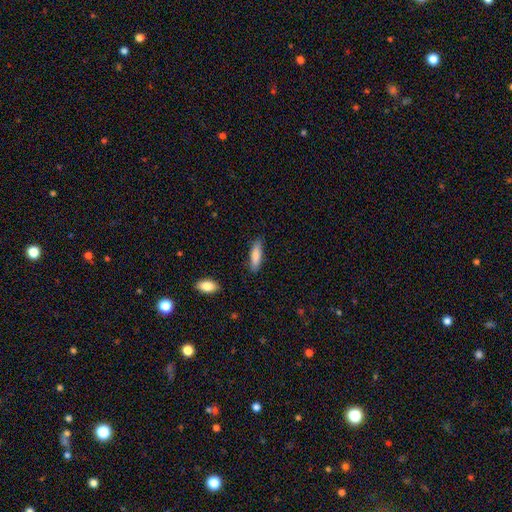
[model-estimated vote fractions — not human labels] smooth-or-featured: smooth: 84% | featured or disk: 10% | star or artifact: 6%
  how-rounded: cigar-shaped: 65% | in between: 34% | round: 1%
  merging: none: 84% | minor disturbance: 12% | major disturbance: 2% | merger: 2%